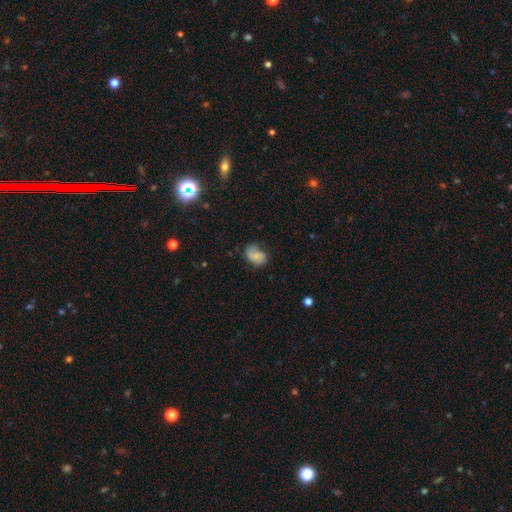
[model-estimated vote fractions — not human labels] Morphology: type=smooth (66%); roundness=in between (77%); merging=none (48%).